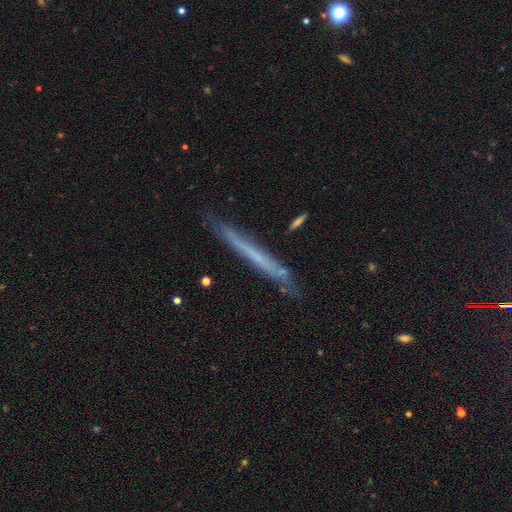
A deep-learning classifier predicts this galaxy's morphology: featured or disk 54%, smooth 39%, star or artifact 7%. Down the decision tree: edge-on disk — yes (92%); merging — none (80%).